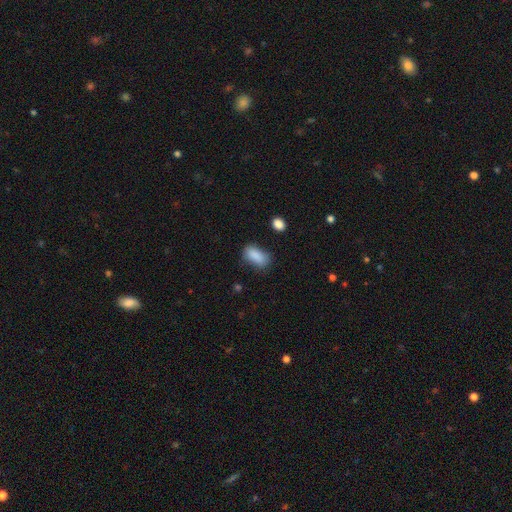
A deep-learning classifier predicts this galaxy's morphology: smooth 87%, star or artifact 8%, featured or disk 5%. Down the decision tree: how rounded — in between (90%); merging — none (69%).